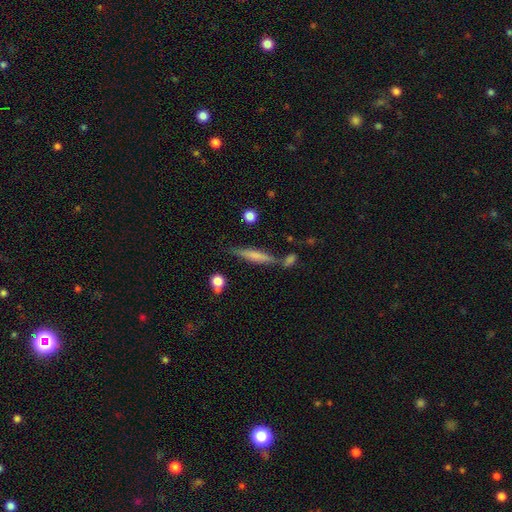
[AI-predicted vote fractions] The model was most divided on "smooth or featured": smooth: 52%, featured or disk: 41%, star or artifact: 8%. More confident: how rounded — cigar-shaped (88%); merging — none (71%).